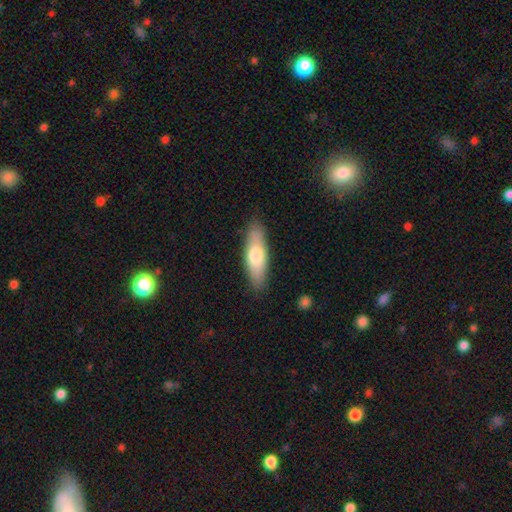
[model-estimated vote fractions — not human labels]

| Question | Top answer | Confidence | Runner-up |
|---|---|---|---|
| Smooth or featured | smooth | 69% | featured or disk (26%) |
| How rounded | cigar-shaped | 51% | in between (47%) |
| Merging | none | 86% | minor disturbance (11%) |